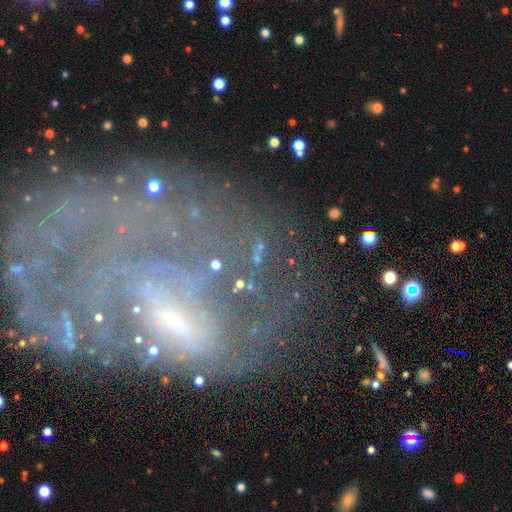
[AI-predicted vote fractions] Overall: featured or disk (60%; star or artifact 22%). Edge-on disk: no (91%). Bar: no (37%; weak 33%). Spiral arms: yes (56%; no 44%). Bulge size: small (52%; moderate 24%). Merging: none (54%; major disturbance 21%).